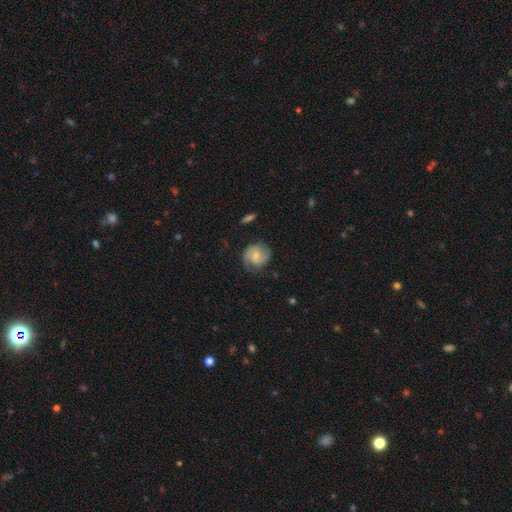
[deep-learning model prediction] A featured or disk galaxy (64%) with no bar (52%), 2 (70%) medium (43%) spiral arms (92%) and a small central bulge (54%).

Vote fractions:
- Smooth or featured? featured or disk: 64% / smooth: 30% / star or artifact: 6%
- Edge-on disk? no: 98% / yes: 2%
- Bar? no: 52% / weak: 41% / strong: 7%
- Spiral arms? yes: 92% / no: 8%
- Spiral winding? medium: 43% / tight: 39% / loose: 19%
- Spiral arm count? 2: 70% / 1: 12% / can't tell: 12% / 3: 3% / 4: 1% / more than 4: 1%
- Bulge size? small: 54% / moderate: 36% / none: 7% / large: 2% / dominant: 1%
- Merging? none: 69% / minor disturbance: 21% / major disturbance: 8% / merger: 2%